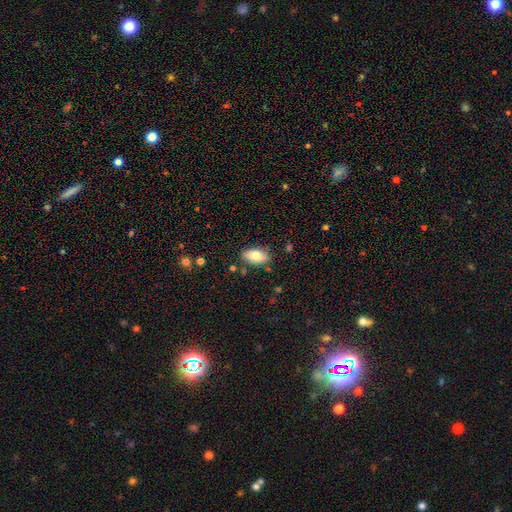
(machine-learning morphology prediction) Smooth or featured: smooth — 78% (featured or disk — 15%)
How rounded: in between — 92% (cigar-shaped — 4%)
Merging: none — 82% (minor disturbance — 13%)